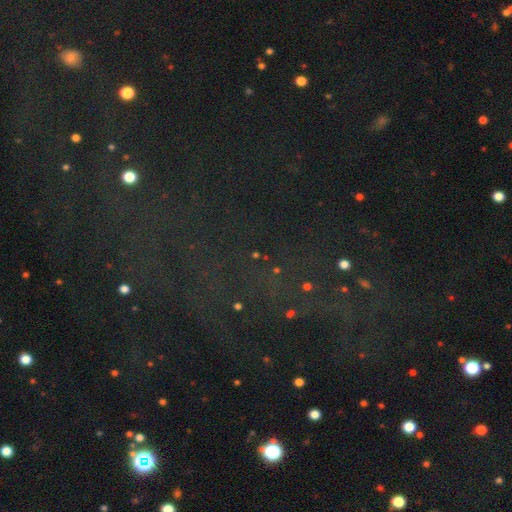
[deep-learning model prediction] A star or artifact, not a galaxy (77%).